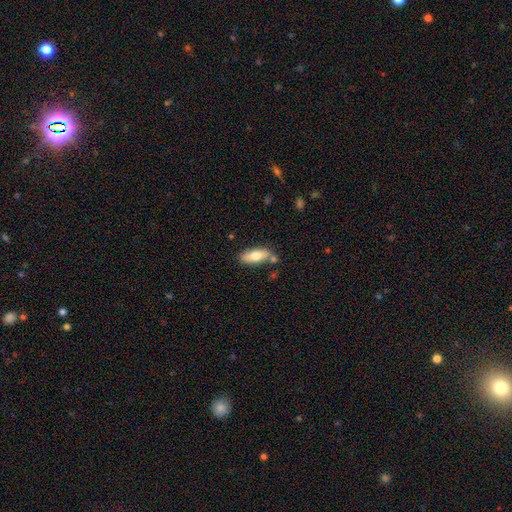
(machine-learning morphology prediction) A smooth galaxy with no disk features (76%) that is in between round and cigar-shaped (72%).

Vote fractions:
- Smooth or featured? smooth: 76% / featured or disk: 18% / star or artifact: 6%
- How rounded? in between: 72% / cigar-shaped: 25% / round: 2%
- Merging? none: 71% / minor disturbance: 15% / merger: 11% / major disturbance: 3%